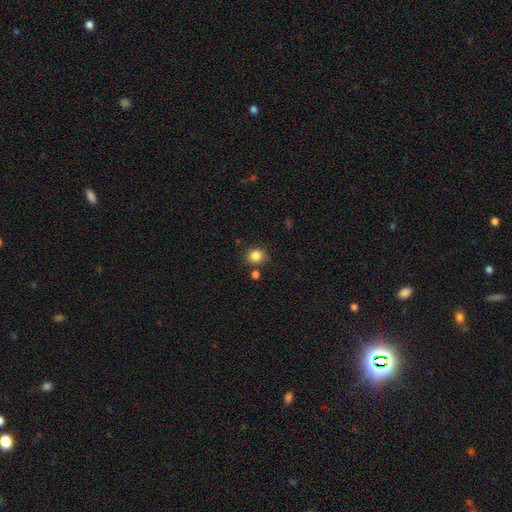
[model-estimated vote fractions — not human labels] smooth_or_featured: smooth (p=0.84) [alt: star or artifact p=0.11]
how_rounded: round (p=0.82) [alt: in between p=0.17]
merging: none (p=0.80) [alt: minor disturbance p=0.10]